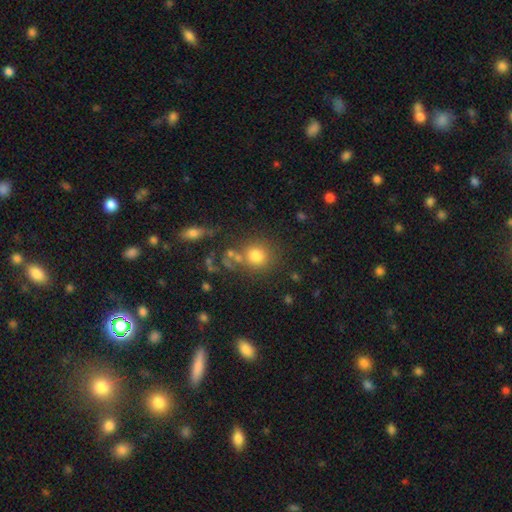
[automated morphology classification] type=smooth (78%); roundness=round (85%); merging=none (66%).